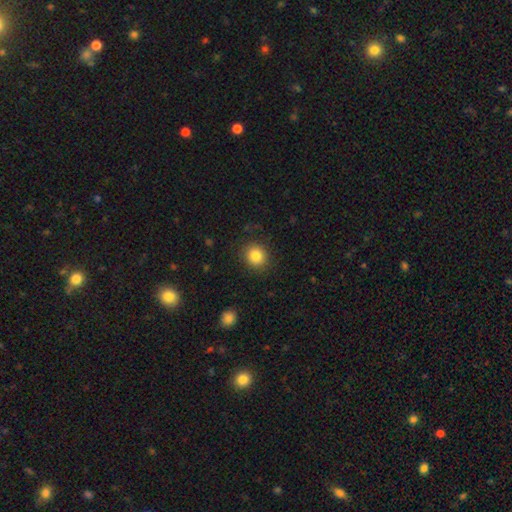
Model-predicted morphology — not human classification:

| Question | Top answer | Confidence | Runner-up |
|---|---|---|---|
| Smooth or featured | smooth | 84% | star or artifact (10%) |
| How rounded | round | 82% | in between (17%) |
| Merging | none | 88% | minor disturbance (8%) |